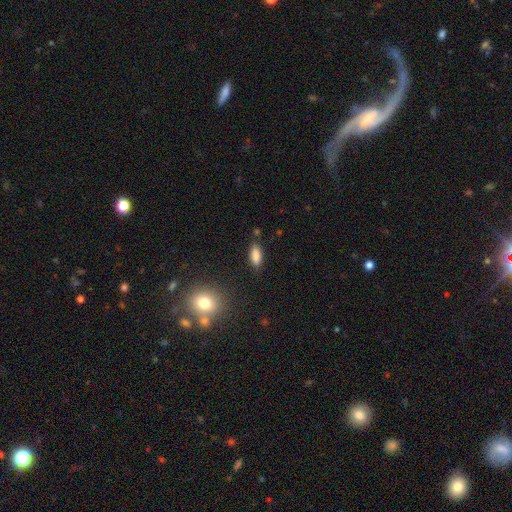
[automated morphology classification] Overall: smooth (85%). How rounded: in between (81%). Merging: none (83%).